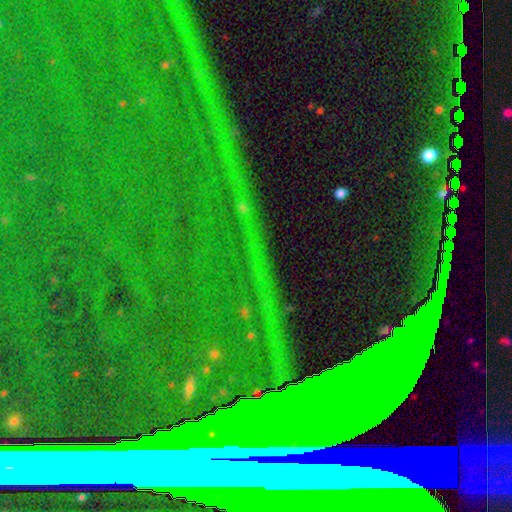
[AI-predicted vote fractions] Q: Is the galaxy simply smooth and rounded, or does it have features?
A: star or artifact — 73%.